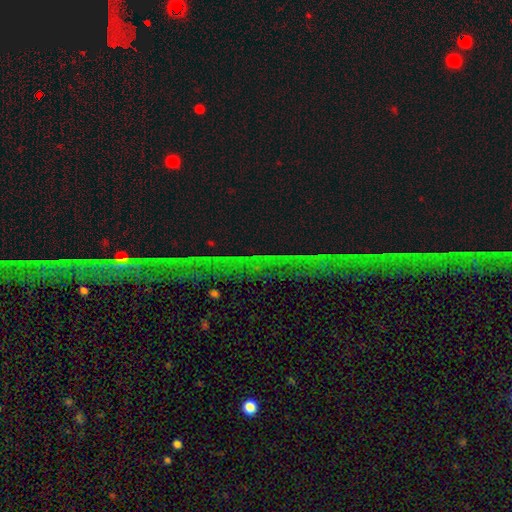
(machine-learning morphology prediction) Smooth or featured? star or artifact (79%)